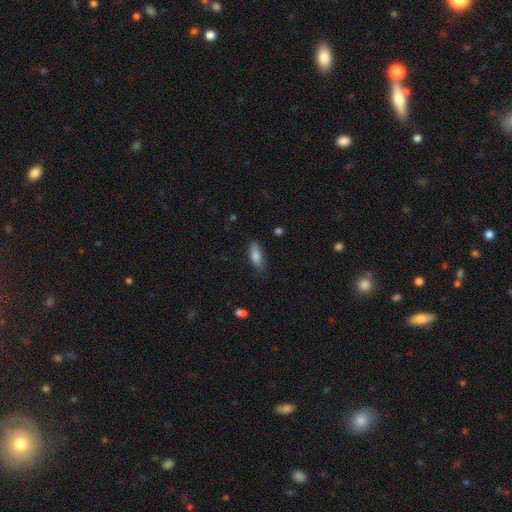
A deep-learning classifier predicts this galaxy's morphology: Smooth or featured? Predicted: smooth (p=0.81). How rounded? Predicted: in between (p=0.70). Merging? Predicted: none (p=0.75).